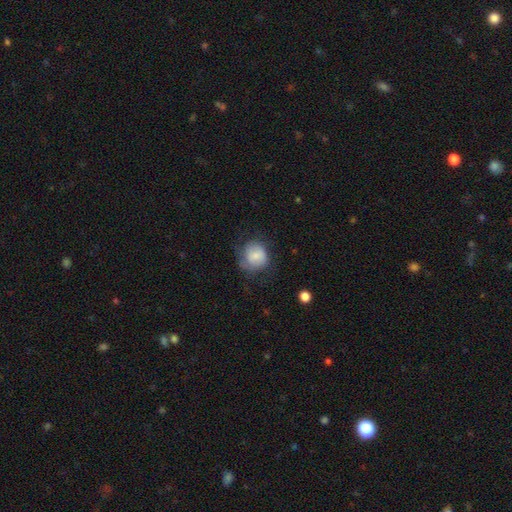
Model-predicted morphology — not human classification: Q: Smooth or featured?
A: smooth (73%); runner-up: featured or disk (19%)
Q: How rounded?
A: round (76%); runner-up: in between (23%)
Q: Merging?
A: none (51%); runner-up: minor disturbance (29%)